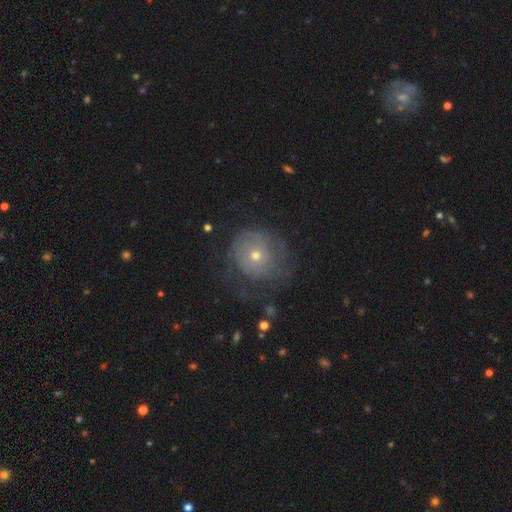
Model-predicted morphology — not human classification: Overall: featured or disk (63%; smooth 27%). Edge-on disk: no (97%). Bar: no (86%). Spiral arms: yes (74%). Bulge size: small (57%; moderate 40%). Merging: none (57%; minor disturbance 21%).